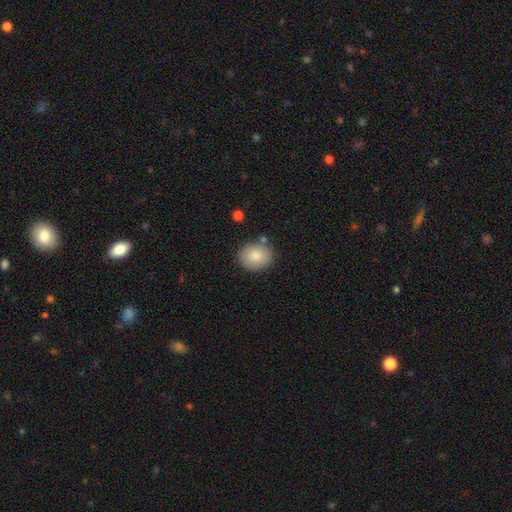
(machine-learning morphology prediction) type=smooth (85%); roundness=round (56%); merging=none (82%).